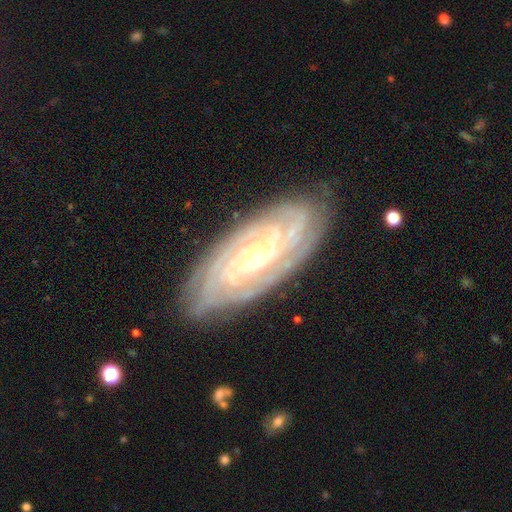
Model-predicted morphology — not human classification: The model was most divided on "spiral arm count": can't tell: 25%, 4: 24%, 3: 22%, 2: 13%, more than 4: 10%, 1: 6%. More confident: spiral arms — yes (98%); edge-on disk — no (93%); smooth or featured — featured or disk (90%); spiral winding — tight (83%); merging — none (82%); bar — no (61%); bulge size — small (54%).